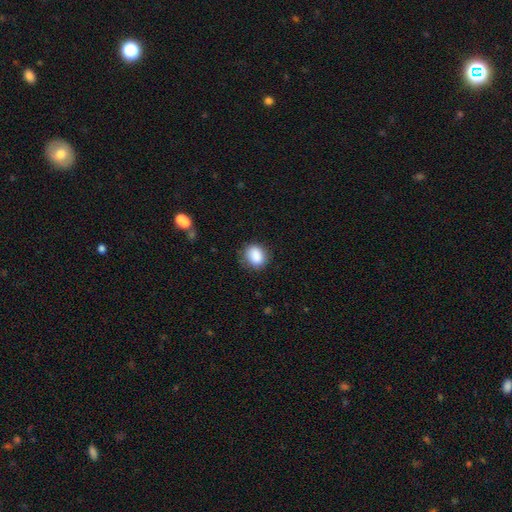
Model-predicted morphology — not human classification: Smooth or featured?
  - smooth: 88% *
  - star or artifact: 8%
  - featured or disk: 4%
How rounded?
  - round: 50% *
  - in between: 48%
  - cigar-shaped: 1%
Merging?
  - none: 79% *
  - minor disturbance: 15%
  - major disturbance: 4%
  - merger: 1%